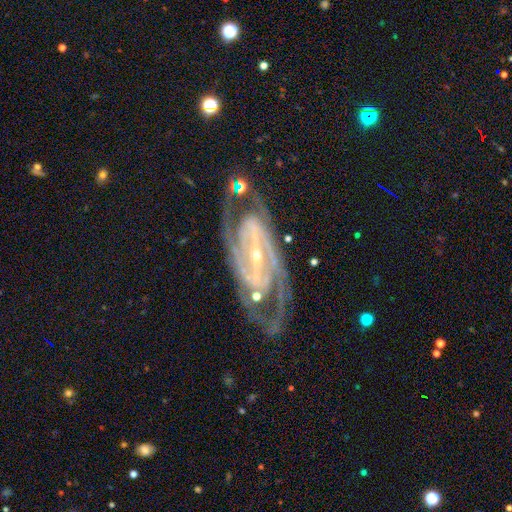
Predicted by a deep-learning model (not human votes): Smooth or featured? Predicted: featured or disk (p=0.92). Edge-on disk? Predicted: no (p=0.95). Bar? Predicted: strong (p=0.64). Spiral arms? Predicted: yes (p=0.98). Spiral winding? Predicted: tight (p=0.47). Spiral arm count? Predicted: 2 (p=0.81). Bulge size? Predicted: small (p=0.76). Merging? Predicted: none (p=0.72).